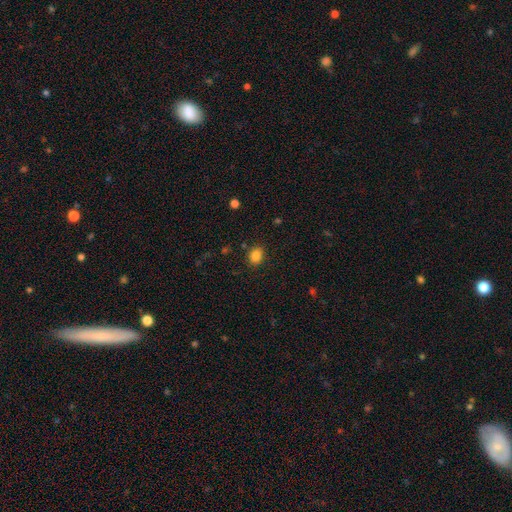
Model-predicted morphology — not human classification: smooth_or_featured: smooth (p=0.85) [alt: star or artifact p=0.10]
how_rounded: in between (p=0.59) [alt: round p=0.40]
merging: none (p=0.86) [alt: minor disturbance p=0.09]